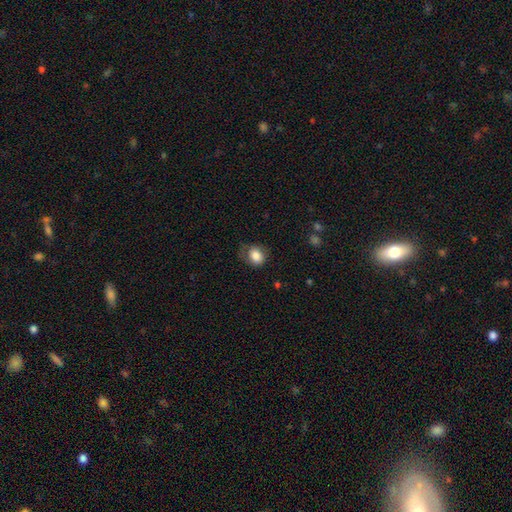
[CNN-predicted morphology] Smooth or featured? smooth (83%)
How rounded? round (55%)
Merging? none (58%)